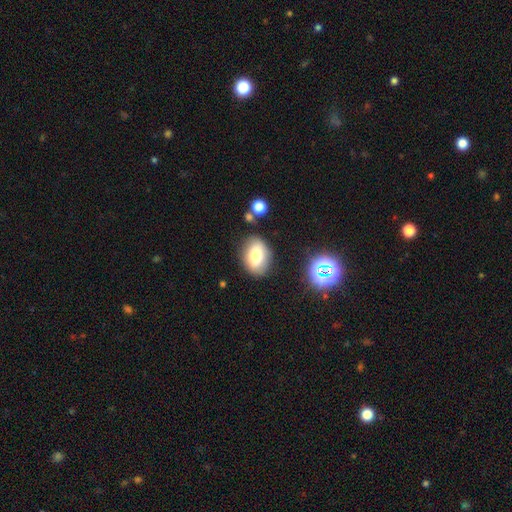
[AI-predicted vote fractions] Smooth or featured?
  - smooth: 75% *
  - featured or disk: 14%
  - star or artifact: 11%
How rounded?
  - in between: 77% *
  - round: 22%
  - cigar-shaped: 1%
Merging?
  - none: 82% *
  - minor disturbance: 12%
  - major disturbance: 3%
  - merger: 3%